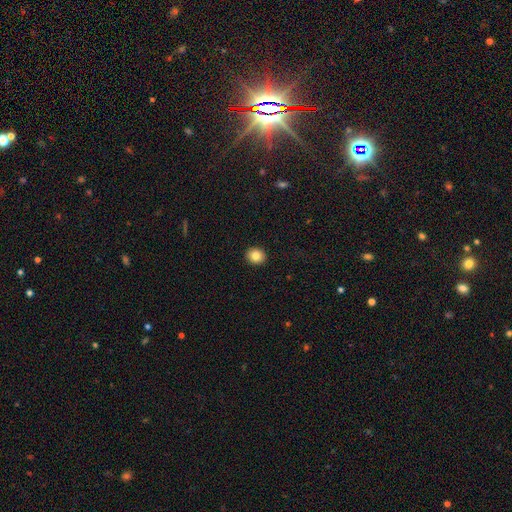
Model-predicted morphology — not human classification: Smooth or featured? Predicted: smooth (p=0.83). How rounded? Predicted: round (p=0.73). Merging? Predicted: none (p=0.92).